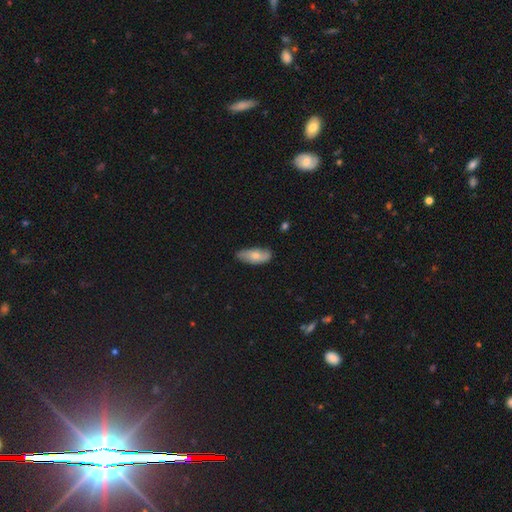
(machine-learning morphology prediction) smooth 70%, featured or disk 23%, star or artifact 6%. Down the decision tree: how rounded — in between (81%); merging — none (69%).